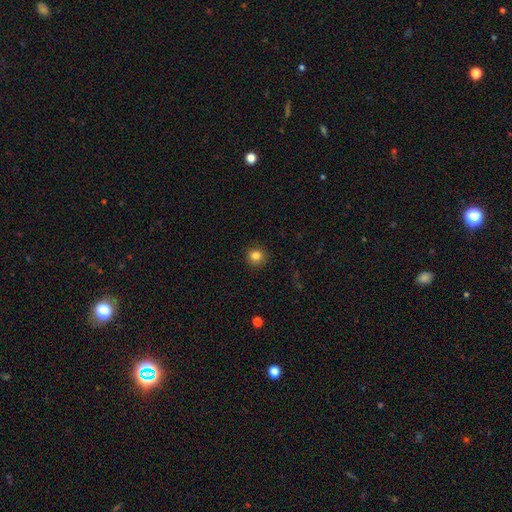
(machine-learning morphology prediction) Smooth or featured? smooth (83%)
How rounded? round (93%)
Merging? none (91%)